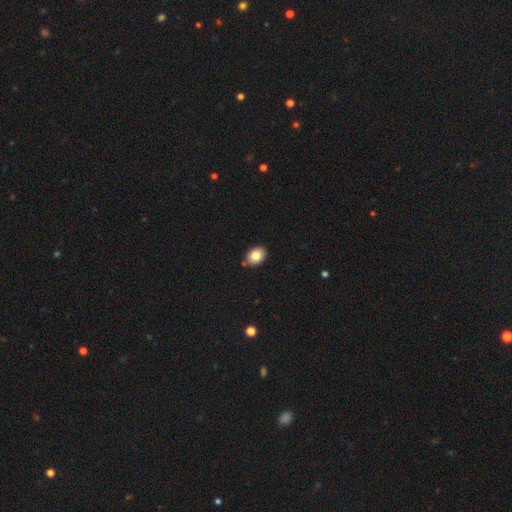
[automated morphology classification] smooth 83%, featured or disk 9%, star or artifact 9%. Down the decision tree: how rounded — in between (65%); merging — none (84%).